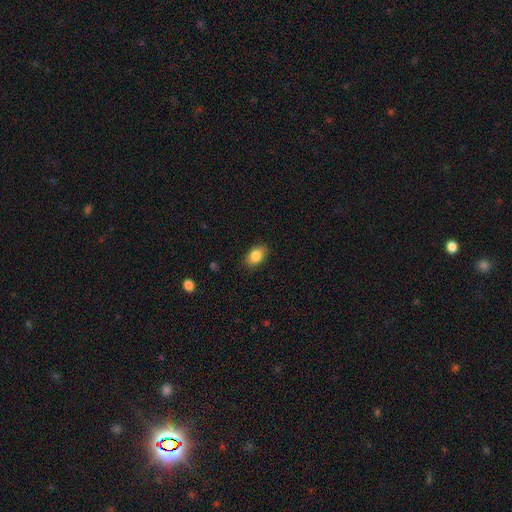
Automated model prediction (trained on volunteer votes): The model was most divided on "how rounded": in between: 85%, round: 13%, cigar-shaped: 2%. More confident: smooth or featured — smooth (86%); merging — none (86%).